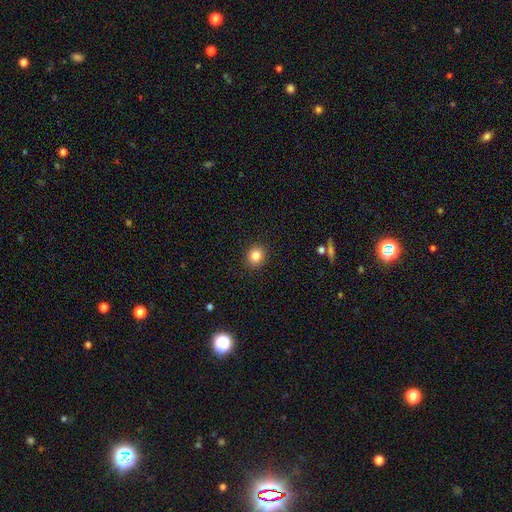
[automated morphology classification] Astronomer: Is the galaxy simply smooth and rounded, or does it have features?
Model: smooth — 84%.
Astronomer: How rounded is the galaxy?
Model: round — 79%.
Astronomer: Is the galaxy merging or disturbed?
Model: none — 91%.